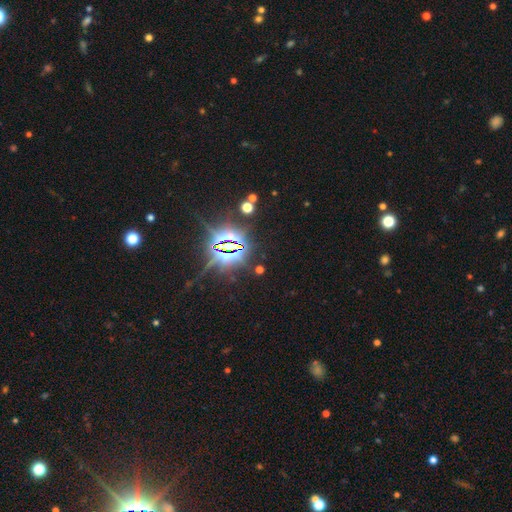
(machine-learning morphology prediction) A star or artifact, not a galaxy (86%).

Vote fractions:
- Smooth or featured? star or artifact: 86% / smooth: 7% / featured or disk: 6%